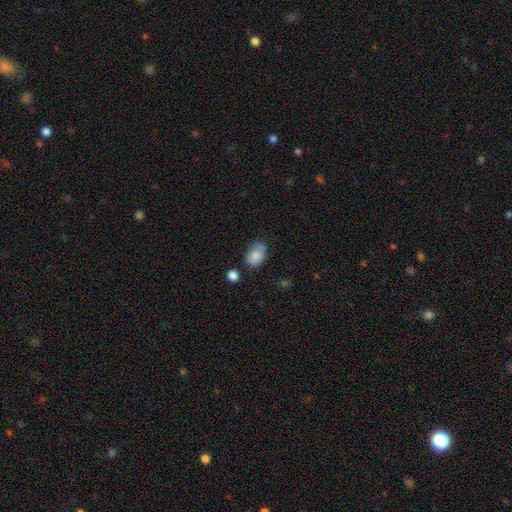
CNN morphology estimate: smooth 84%, featured or disk 9%, star or artifact 7%. Down the decision tree: how rounded — in between (88%); merging — none (68%).